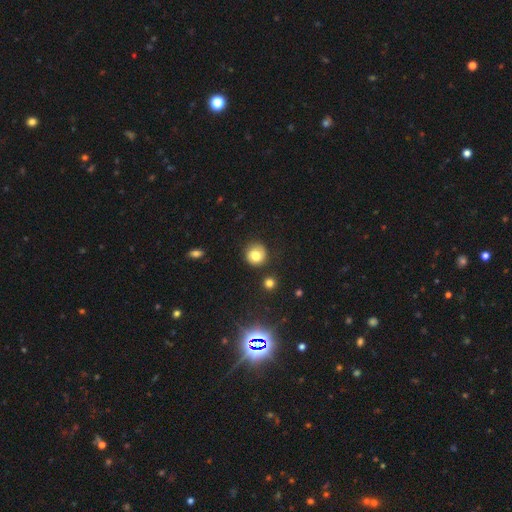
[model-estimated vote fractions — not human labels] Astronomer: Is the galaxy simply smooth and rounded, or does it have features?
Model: smooth — 75%.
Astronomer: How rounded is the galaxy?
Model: round — 92%.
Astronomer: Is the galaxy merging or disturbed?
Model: none — 84%.